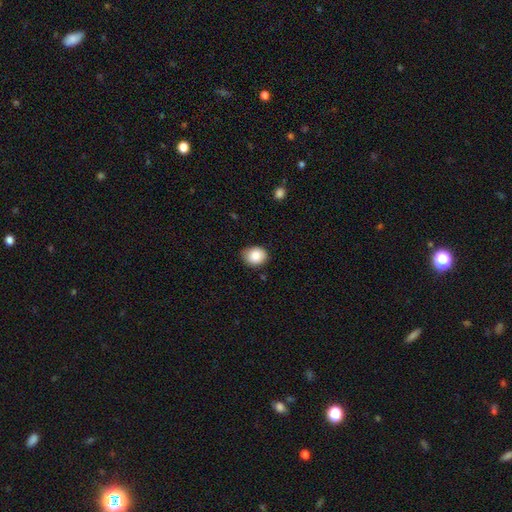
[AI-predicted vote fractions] Smooth or featured: smooth — 87% (star or artifact — 8%)
How rounded: round — 56% (in between — 43%)
Merging: none — 82% (minor disturbance — 15%)